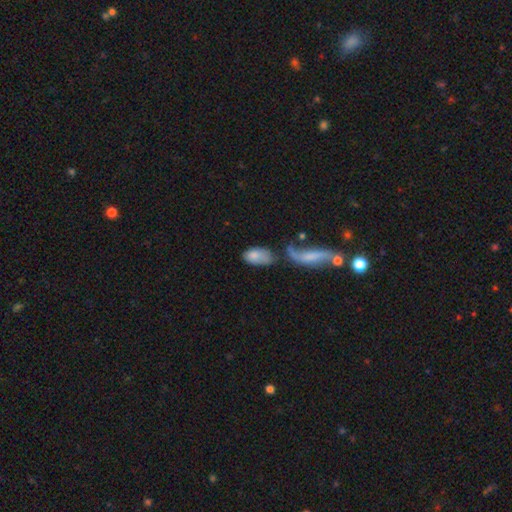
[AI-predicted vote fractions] Smooth or featured?
  - smooth: 76% *
  - featured or disk: 16%
  - star or artifact: 7%
How rounded?
  - in between: 92% *
  - round: 4%
  - cigar-shaped: 4%
Merging?
  - merger: 33% *
  - none: 27%
  - major disturbance: 20%
  - minor disturbance: 19%